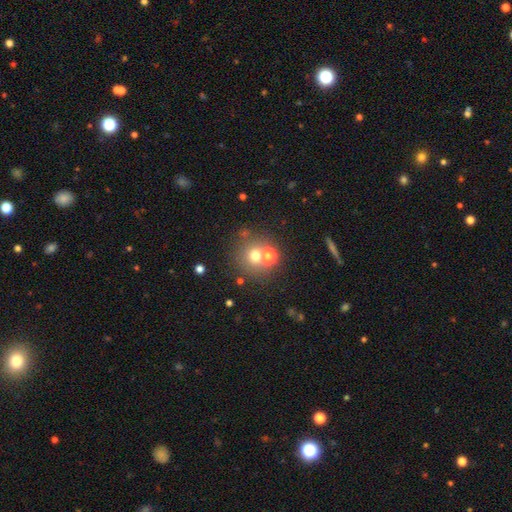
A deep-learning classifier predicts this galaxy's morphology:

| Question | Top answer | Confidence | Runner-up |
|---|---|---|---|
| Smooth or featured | smooth | 65% | star or artifact (20%) |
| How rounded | round | 88% | in between (11%) |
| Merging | none | 59% | merger (28%) |